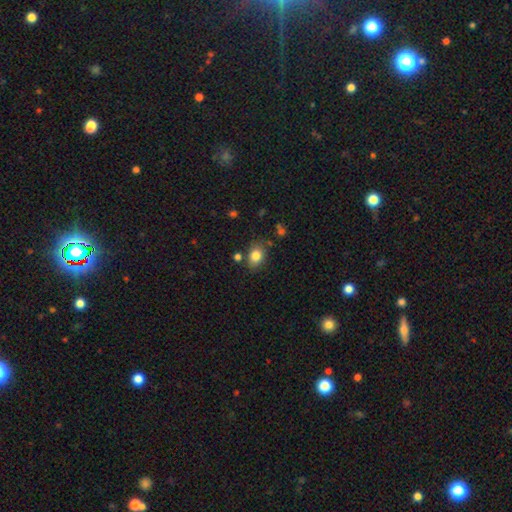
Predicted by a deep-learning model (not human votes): Q: Smooth or featured?
A: smooth (82%); runner-up: star or artifact (10%)
Q: How rounded?
A: in between (65%); runner-up: round (34%)
Q: Merging?
A: none (77%); runner-up: minor disturbance (14%)